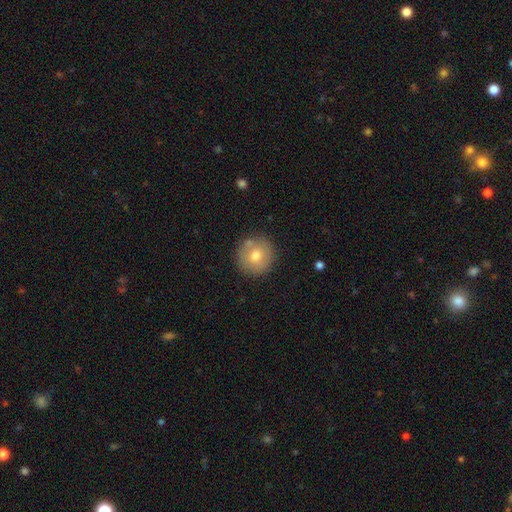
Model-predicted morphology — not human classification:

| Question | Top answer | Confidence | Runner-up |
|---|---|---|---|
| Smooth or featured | smooth | 71% | featured or disk (20%) |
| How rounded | round | 95% | in between (4%) |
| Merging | none | 82% | minor disturbance (10%) |